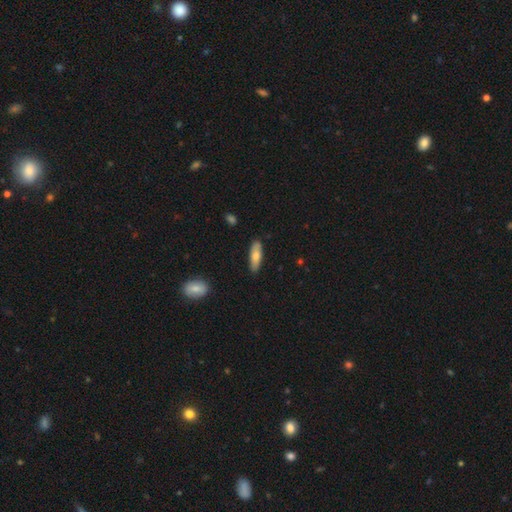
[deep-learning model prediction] This appears to be a smooth galaxy with no disk features (71%) that is cigar-shaped (49%, tied with in between). Merging: none (85%).